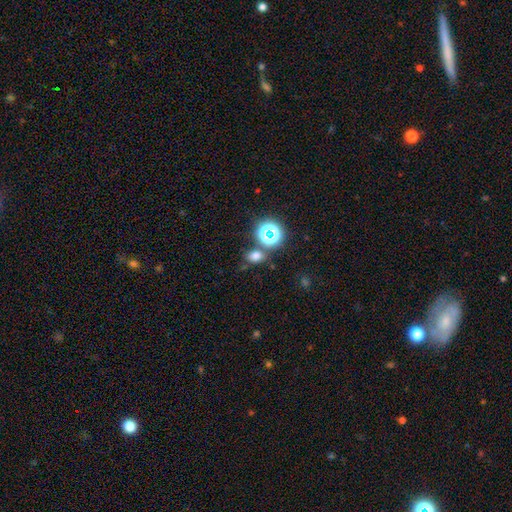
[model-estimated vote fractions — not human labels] This appears to be a smooth galaxy with no disk features (68%) that is in between round and cigar-shaped (60%). Merging: none (73%).